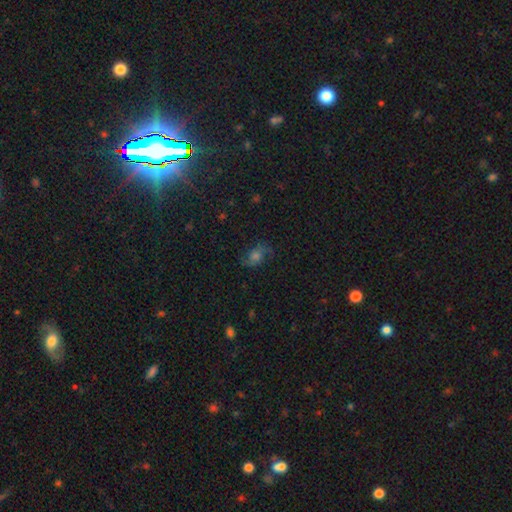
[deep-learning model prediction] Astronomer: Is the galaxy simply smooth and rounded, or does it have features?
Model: featured or disk — 47% (runner-up: smooth, 31%).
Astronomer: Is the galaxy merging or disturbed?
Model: none — 70%.